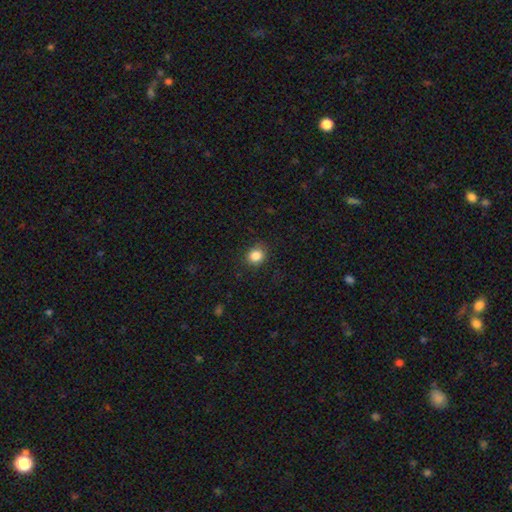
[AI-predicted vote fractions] Smooth or featured?
  - smooth: 85% *
  - star or artifact: 11%
  - featured or disk: 4%
How rounded?
  - round: 74% *
  - in between: 25%
  - cigar-shaped: 1%
Merging?
  - none: 84% *
  - minor disturbance: 12%
  - major disturbance: 3%
  - merger: 1%